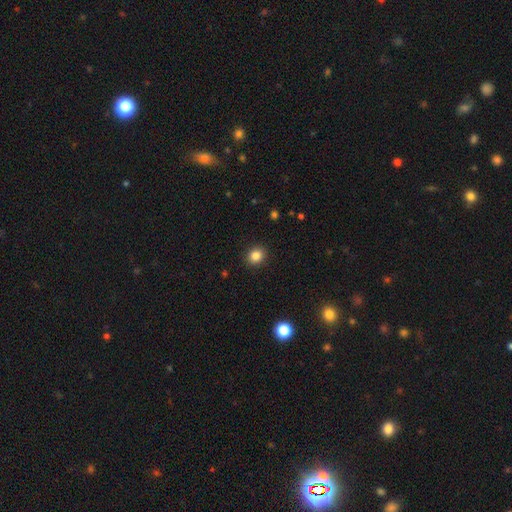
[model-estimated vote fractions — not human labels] Smooth or featured? Predicted: smooth (p=0.84). How rounded? Predicted: round (p=0.76). Merging? Predicted: none (p=0.91).